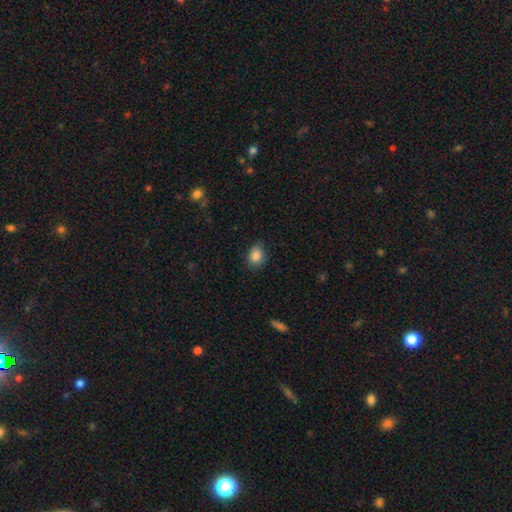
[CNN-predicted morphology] Smooth or featured? smooth (86%)
How rounded? in between (50%)
Merging? none (78%)